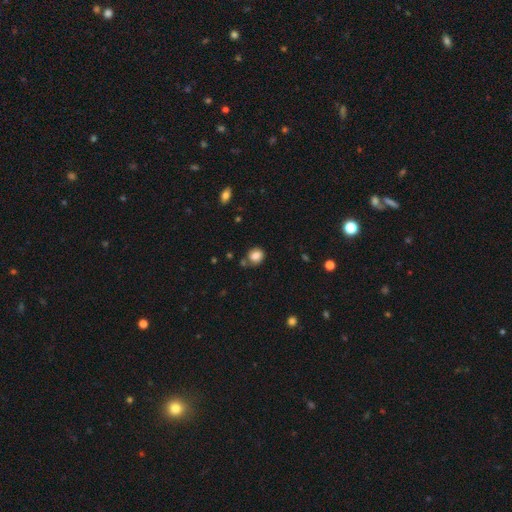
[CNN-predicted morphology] This is clearly a smooth galaxy (81%). How rounded: likely round (73%). Merging: likely none (69%).